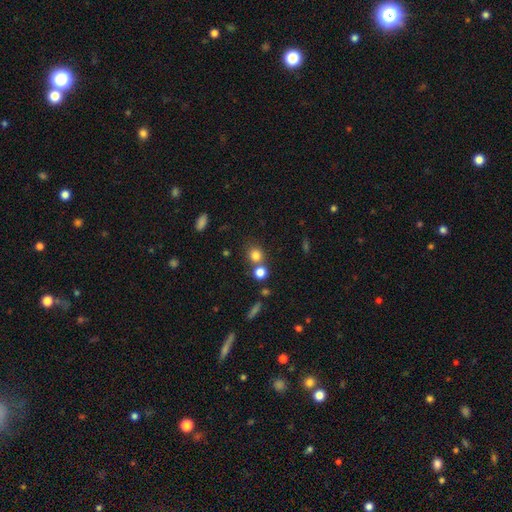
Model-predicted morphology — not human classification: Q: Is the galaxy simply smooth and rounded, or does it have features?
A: smooth — 80%.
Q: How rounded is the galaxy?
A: round — 83%.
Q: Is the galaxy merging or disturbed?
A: none — 59%.